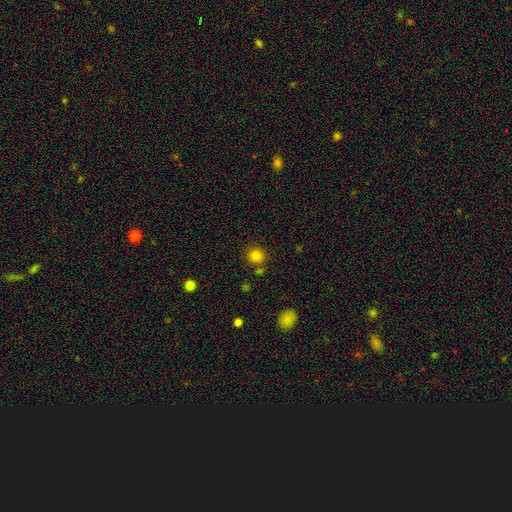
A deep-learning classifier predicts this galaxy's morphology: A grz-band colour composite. It shows a smooth galaxy with no disk features (82%) that is round (92%). Merging: none (83%).